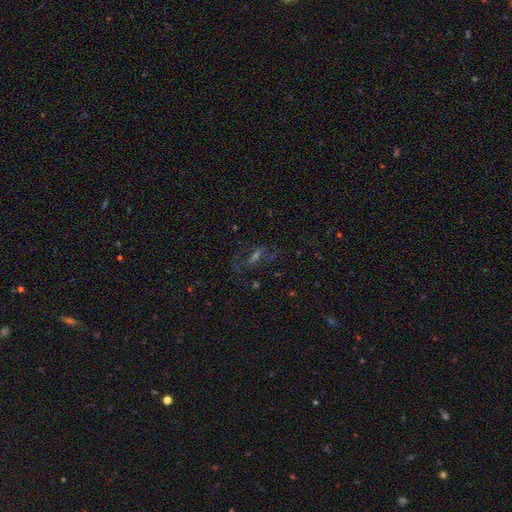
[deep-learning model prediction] smooth-or-featured: featured or disk: 46% | star or artifact: 31% | smooth: 24%
  merging: none: 63% | major disturbance: 18% | minor disturbance: 16% | merger: 3%